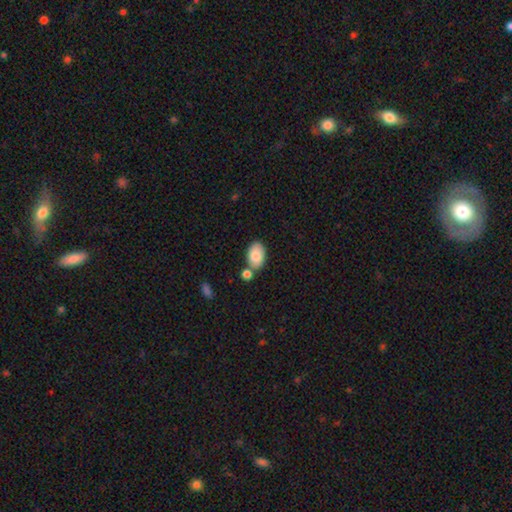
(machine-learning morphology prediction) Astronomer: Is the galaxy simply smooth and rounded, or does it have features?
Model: smooth — 84%.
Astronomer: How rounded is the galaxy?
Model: in between — 92%.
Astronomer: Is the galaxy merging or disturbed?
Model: none — 63%.